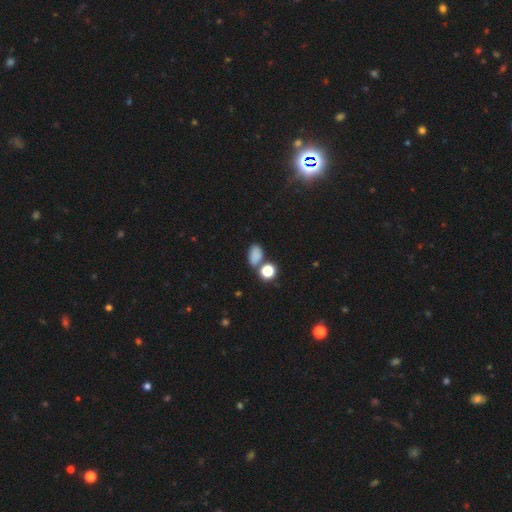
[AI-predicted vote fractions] A smooth galaxy with no disk features (79%) that is in between round and cigar-shaped (81%). Merging: none (61%).